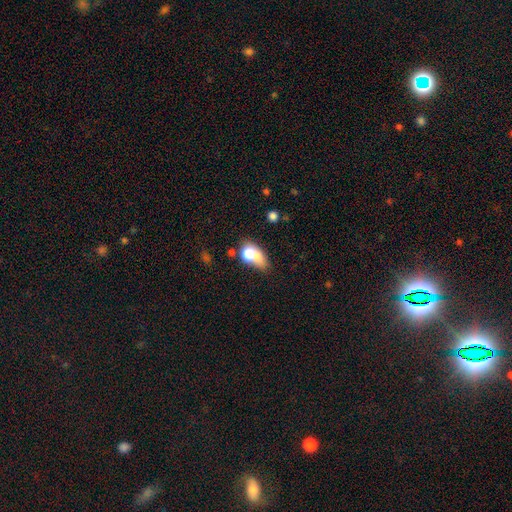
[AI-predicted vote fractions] This is likely a smooth galaxy (68%). How rounded: likely in between (71%). Merging: possibly merger (48%).